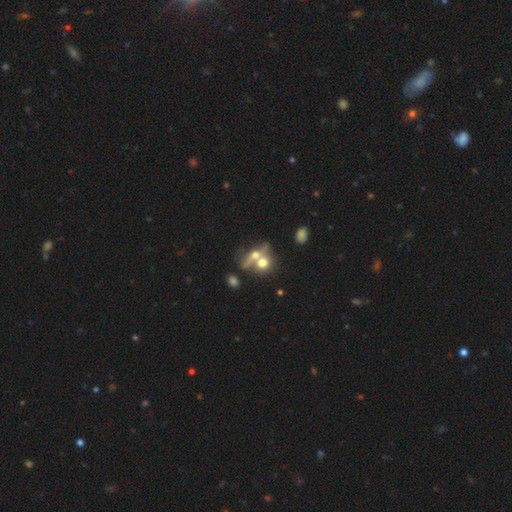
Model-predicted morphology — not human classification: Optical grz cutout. It shows a smooth galaxy with no disk features (51%) that is round (54%). Merging: merger (54%).